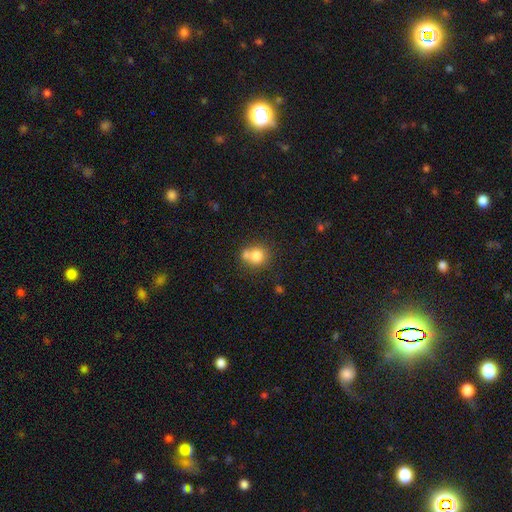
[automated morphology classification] type=smooth (76%); roundness=round (81%); merging=merger (44%).